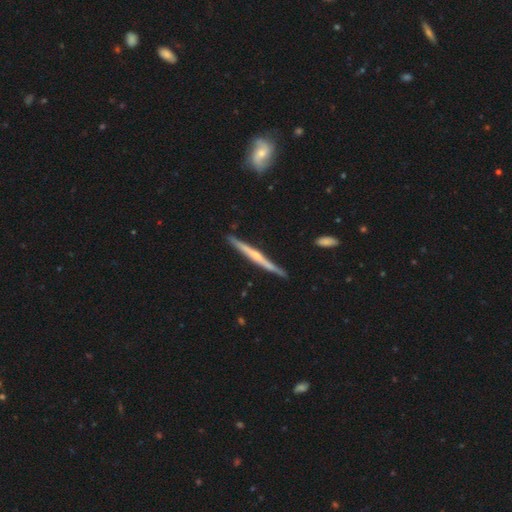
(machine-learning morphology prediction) A featured or disk galaxy (74%) viewed edge-on (98%) with a rounded central bulge (63%). Merging: none (88%).